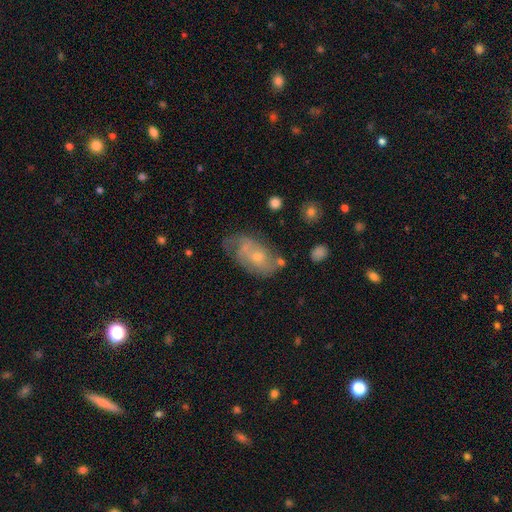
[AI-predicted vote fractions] Smooth or featured? Predicted: featured or disk (p=0.59). Edge-on disk? Predicted: no (p=0.94). Bar? Predicted: no (p=0.76). Spiral arms? Predicted: yes (p=0.68). Bulge size? Predicted: small (p=0.61). Merging? Predicted: none (p=0.45).